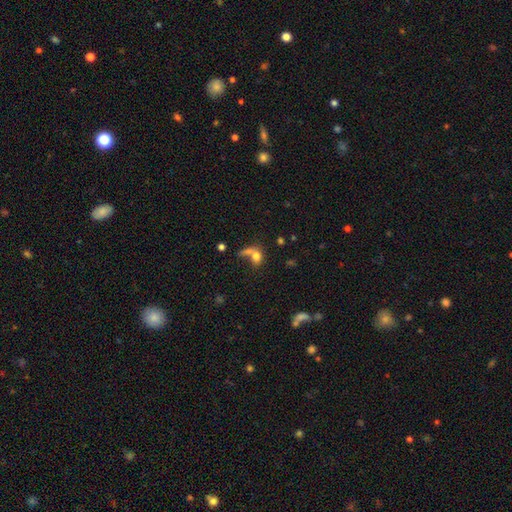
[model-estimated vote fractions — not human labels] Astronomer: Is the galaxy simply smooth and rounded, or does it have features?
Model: smooth — 72%.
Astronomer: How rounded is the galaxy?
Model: in between — 57% (runner-up: round, 39%).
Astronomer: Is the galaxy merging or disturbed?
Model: merger — 43% (runner-up: none, 31%).